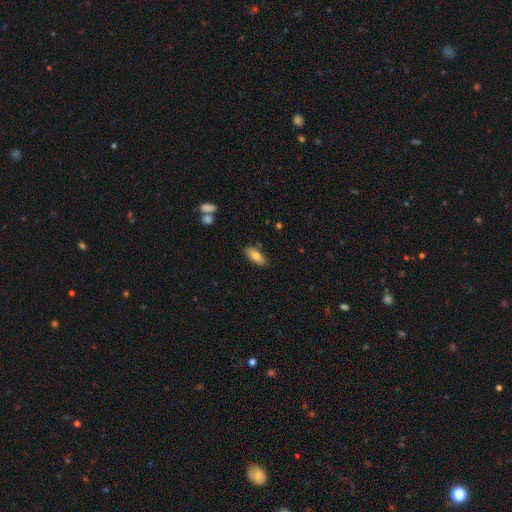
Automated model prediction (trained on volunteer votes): The model was most divided on "how rounded": in between: 71%, cigar-shaped: 26%, round: 2%. More confident: merging — none (84%); smooth or featured — smooth (76%).